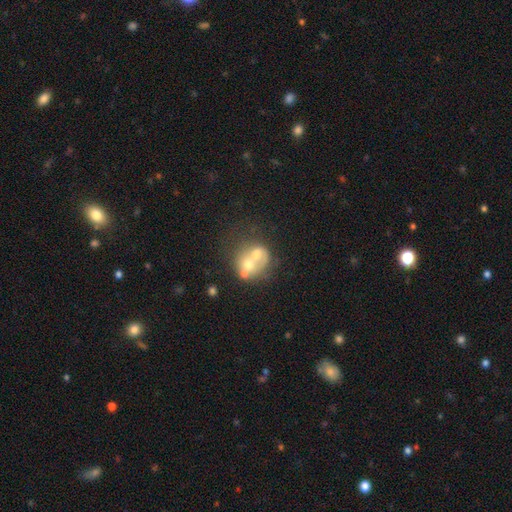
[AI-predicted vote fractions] The model was most divided on "smooth or featured": featured or disk: 46%, smooth: 42%, star or artifact: 12%. More confident: merging — merger (60%).